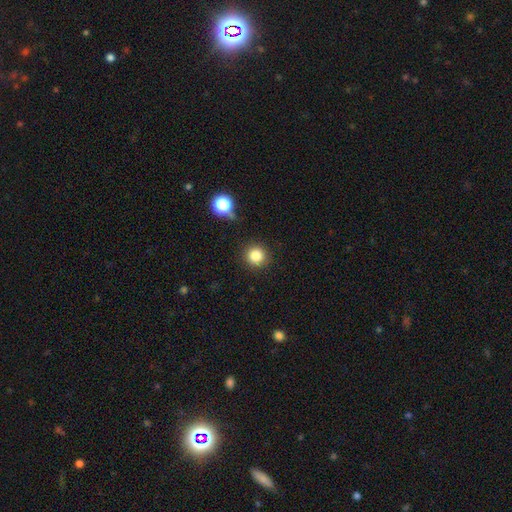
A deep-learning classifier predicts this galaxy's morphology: Q: Smooth or featured?
A: smooth (84%); runner-up: star or artifact (12%)
Q: How rounded?
A: round (93%); runner-up: in between (6%)
Q: Merging?
A: none (87%); runner-up: minor disturbance (8%)